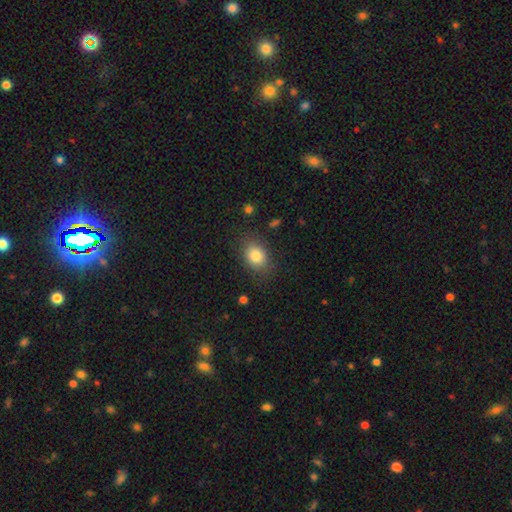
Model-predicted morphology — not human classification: type=smooth (81%); roundness=in between (66%); merging=none (80%).